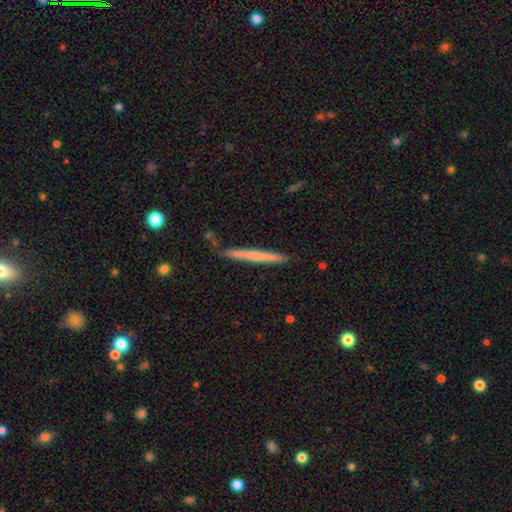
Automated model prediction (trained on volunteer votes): A smooth galaxy with no disk features (51%) that is cigar-shaped (97%). Merging: none (81%).